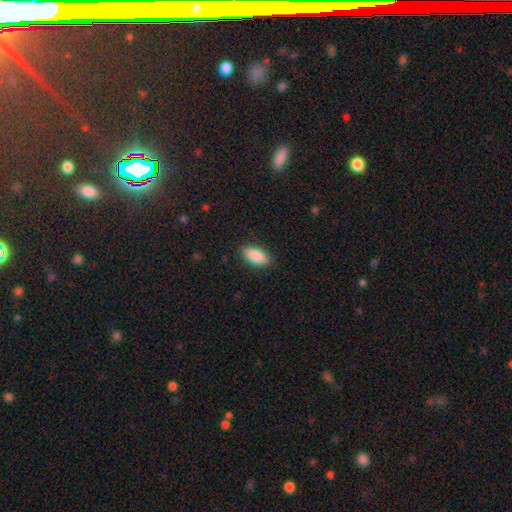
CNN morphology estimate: smooth-or-featured: smooth: 88% | star or artifact: 6% | featured or disk: 6%
  how-rounded: in between: 88% | cigar-shaped: 9% | round: 3%
  merging: none: 88% | minor disturbance: 9% | major disturbance: 2% | merger: 1%